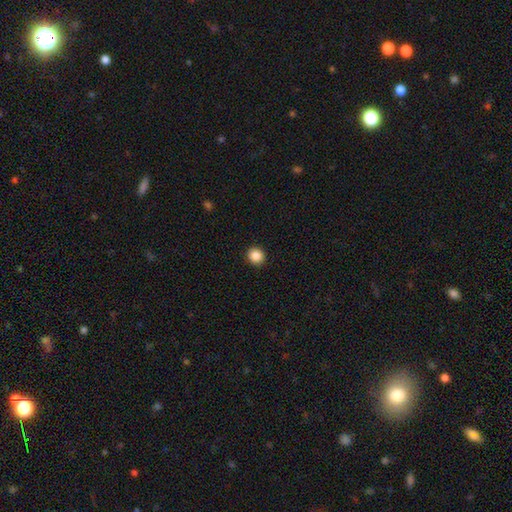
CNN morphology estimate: Q: Smooth or featured?
A: smooth (87%); runner-up: star or artifact (10%)
Q: How rounded?
A: round (90%); runner-up: in between (9%)
Q: Merging?
A: none (92%); runner-up: minor disturbance (5%)